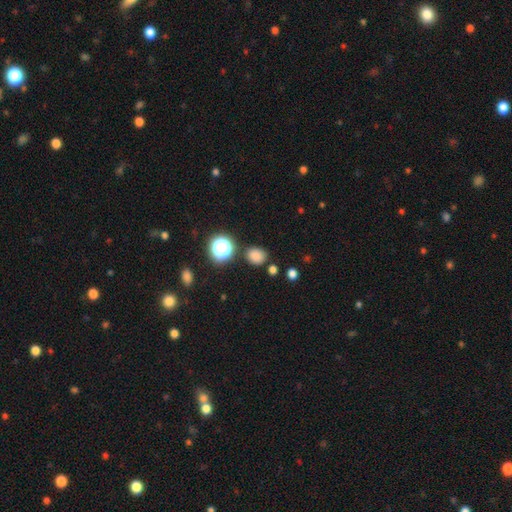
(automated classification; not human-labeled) Smooth or featured? Predicted: smooth (p=0.79). How rounded? Predicted: round (p=0.63). Merging? Predicted: none (p=0.79).